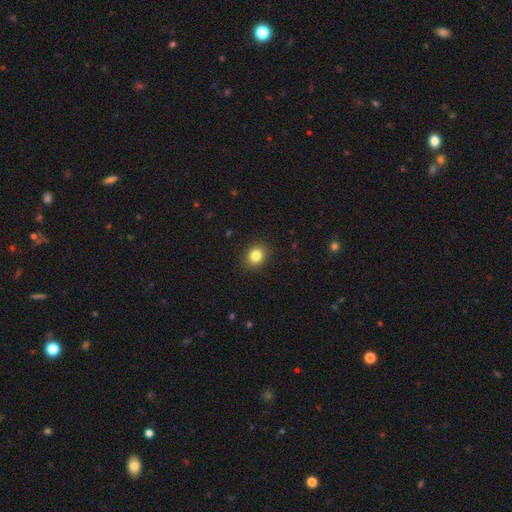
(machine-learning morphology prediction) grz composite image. It shows a smooth galaxy with no disk features (83%) that is round (72%). Merging: none (90%).